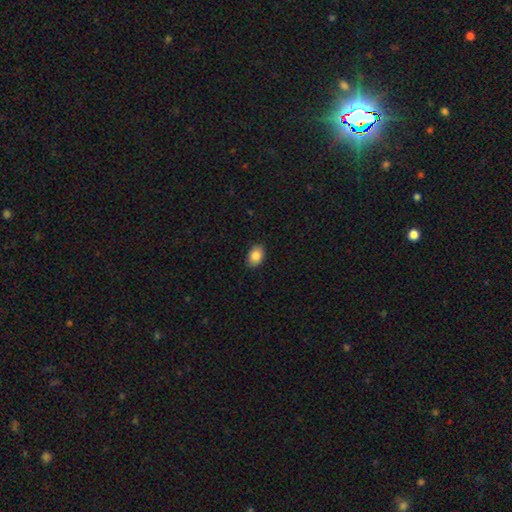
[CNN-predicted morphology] A smooth galaxy with no disk features (86%) that is in between round and cigar-shaped (83%). Merging: none (89%).